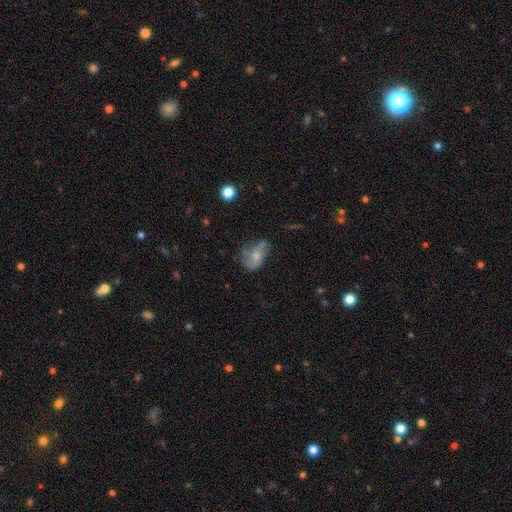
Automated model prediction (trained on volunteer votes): smooth-or-featured: featured or disk: 49% | smooth: 42% | star or artifact: 9%
  merging: none: 38% | minor disturbance: 31% | major disturbance: 27% | merger: 4%